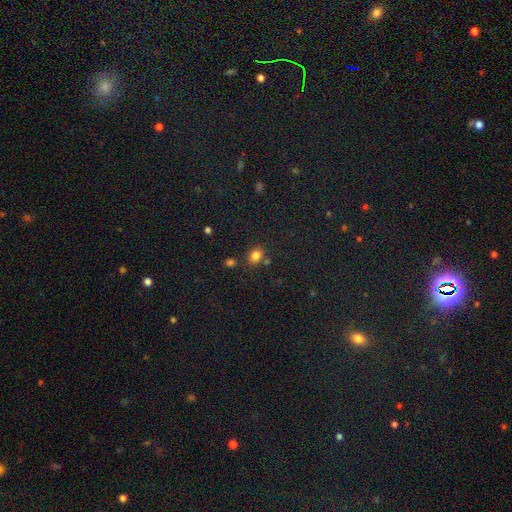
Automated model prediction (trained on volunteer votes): Smooth or featured? smooth (82%)
How rounded? in between (51%)
Merging? none (73%)